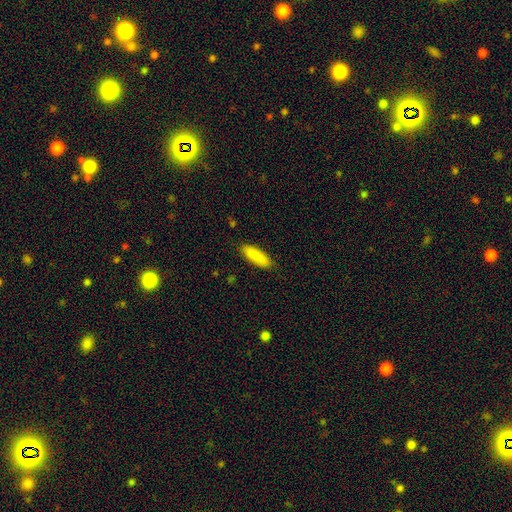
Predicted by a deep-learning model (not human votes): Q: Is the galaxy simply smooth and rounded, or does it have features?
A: smooth — 88%.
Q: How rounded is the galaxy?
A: cigar-shaped — 52%.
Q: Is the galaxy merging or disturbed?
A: none — 87%.